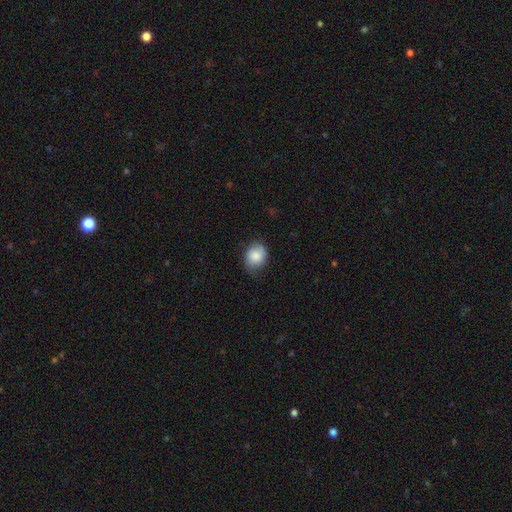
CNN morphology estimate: Smooth or featured? Predicted: smooth (p=0.84). How rounded? Predicted: round (p=0.53). Merging? Predicted: none (p=0.68).